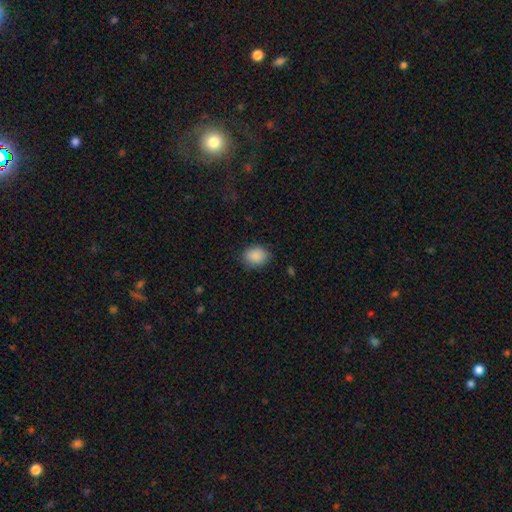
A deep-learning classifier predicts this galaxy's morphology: Smooth or featured: smooth — 89% (star or artifact — 8%)
How rounded: in between — 54% (round — 45%)
Merging: none — 82% (minor disturbance — 14%)